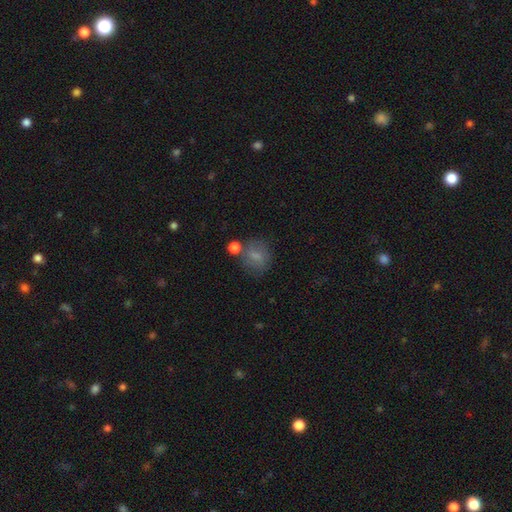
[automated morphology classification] smooth_or_featured: smooth (p=0.72) [alt: featured or disk p=0.15]
how_rounded: round (p=0.65) [alt: in between p=0.33]
merging: none (p=0.60) [alt: minor disturbance p=0.18]